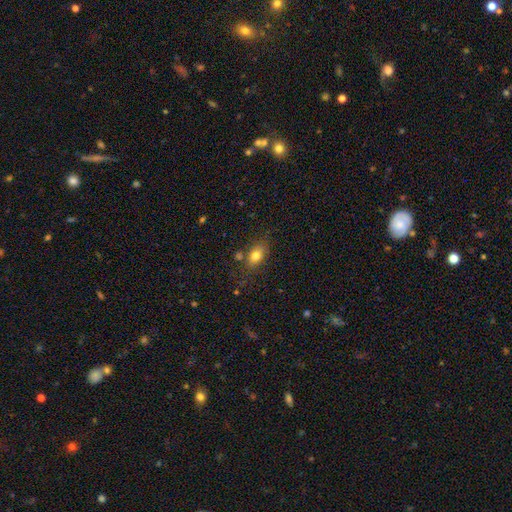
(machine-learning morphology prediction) smooth 78%, featured or disk 13%, star or artifact 10%. Down the decision tree: how rounded — in between (80%); merging — none (70%).